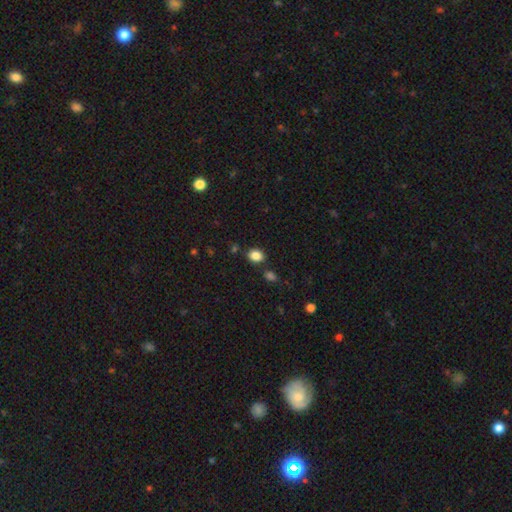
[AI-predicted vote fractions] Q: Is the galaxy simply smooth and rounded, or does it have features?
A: smooth — 86%.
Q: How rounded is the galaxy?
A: in between — 53%.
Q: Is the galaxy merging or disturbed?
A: none — 79%.